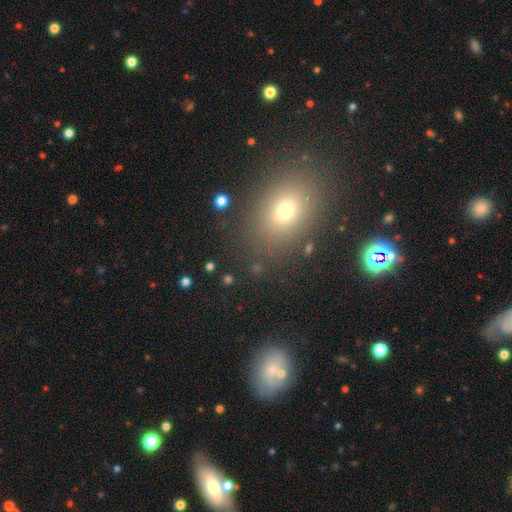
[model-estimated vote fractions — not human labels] Morphology: type=smooth (61%); roundness=in between (62%); merging=none (84%).